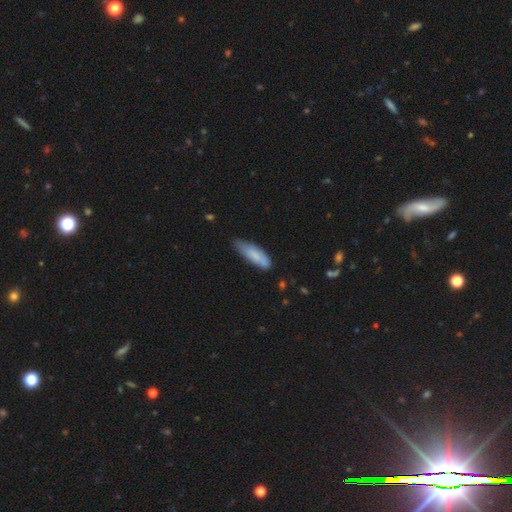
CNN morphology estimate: Q: Smooth or featured?
A: smooth (81%); runner-up: featured or disk (13%)
Q: How rounded?
A: in between (50%); runner-up: cigar-shaped (49%)
Q: Merging?
A: none (60%); runner-up: minor disturbance (32%)